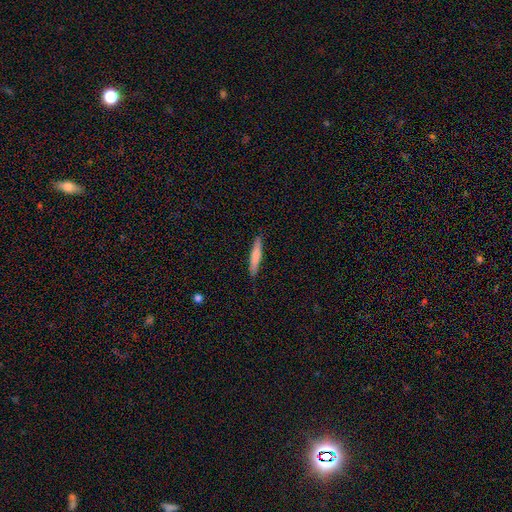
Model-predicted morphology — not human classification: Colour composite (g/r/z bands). It shows a smooth galaxy with no disk features (73%) that is cigar-shaped (92%). Merging: none (89%).